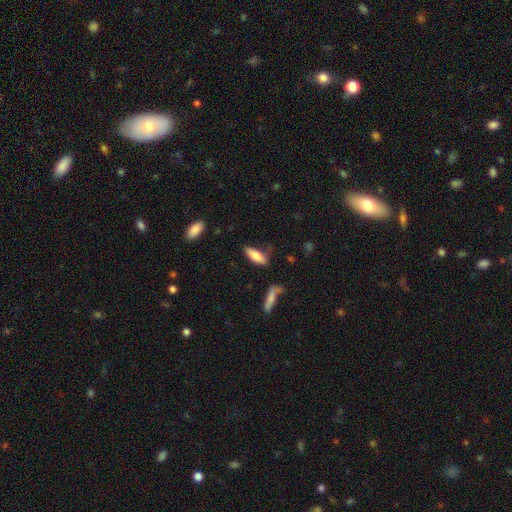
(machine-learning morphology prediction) A smooth galaxy with no disk features (78%) that is in between round and cigar-shaped (59%).

Vote fractions:
- Smooth or featured? smooth: 78% / featured or disk: 15% / star or artifact: 6%
- How rounded? in between: 59% / cigar-shaped: 39% / round: 2%
- Merging? none: 66% / minor disturbance: 23% / major disturbance: 7% / merger: 4%